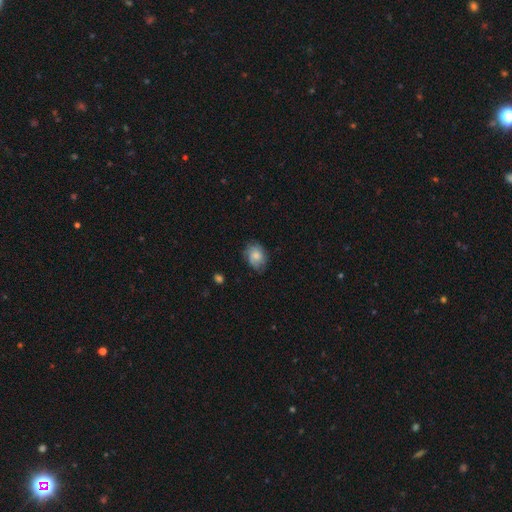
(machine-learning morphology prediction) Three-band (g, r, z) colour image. It shows a smooth galaxy with no disk features (75%) that is in between round and cigar-shaped (57%). Merging: none (69%).